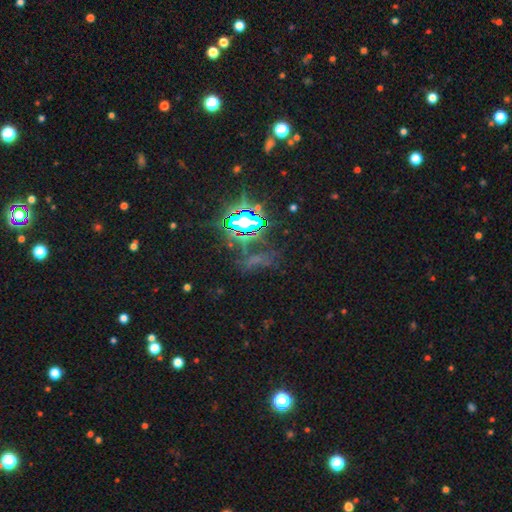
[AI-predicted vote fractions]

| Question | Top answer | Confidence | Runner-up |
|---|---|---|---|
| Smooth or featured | star or artifact | 80% | smooth (11%) |